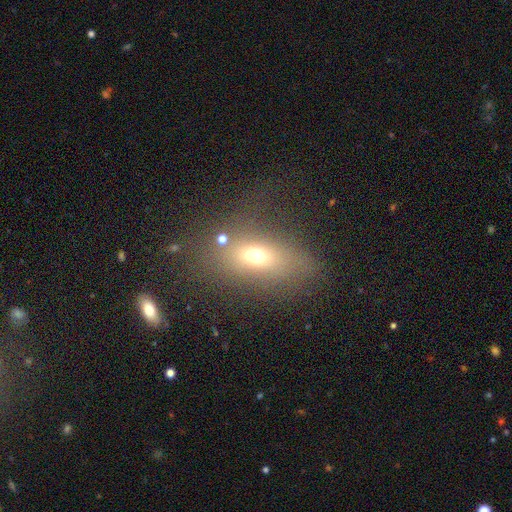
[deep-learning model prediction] smooth 61%, featured or disk 20%, star or artifact 19%. Down the decision tree: how rounded — in between (69%); merging — none (61%).